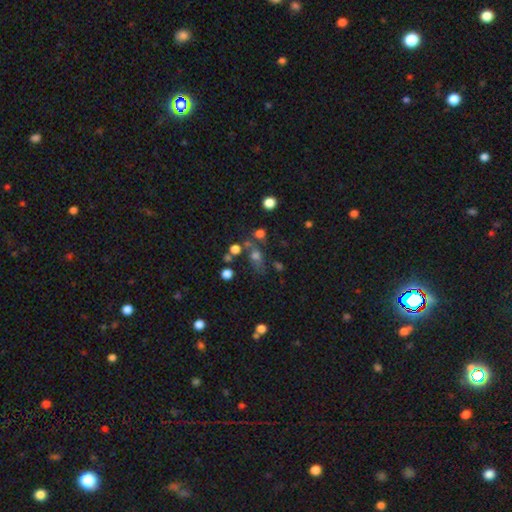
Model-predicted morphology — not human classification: Smooth or featured? Predicted: smooth (p=0.51). How rounded? Predicted: round (p=0.47). Merging? Predicted: none (p=0.50).